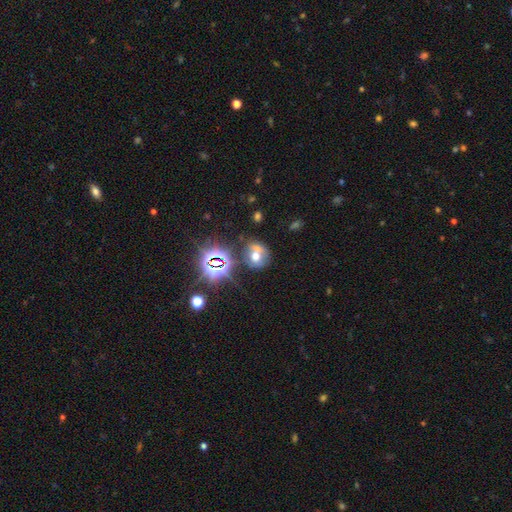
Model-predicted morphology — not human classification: smooth-or-featured: smooth: 47% | featured or disk: 27% | star or artifact: 26%
  merging: none: 44% | merger: 30% | minor disturbance: 16% | major disturbance: 10%